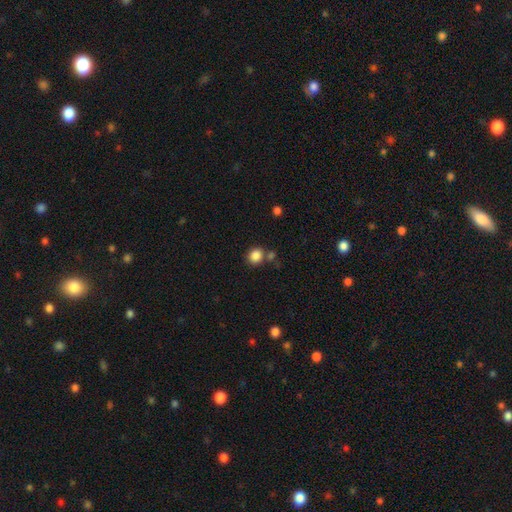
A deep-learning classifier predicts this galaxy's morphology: Smooth or featured? Predicted: smooth (p=0.85). How rounded? Predicted: round (p=0.79). Merging? Predicted: none (p=0.72).